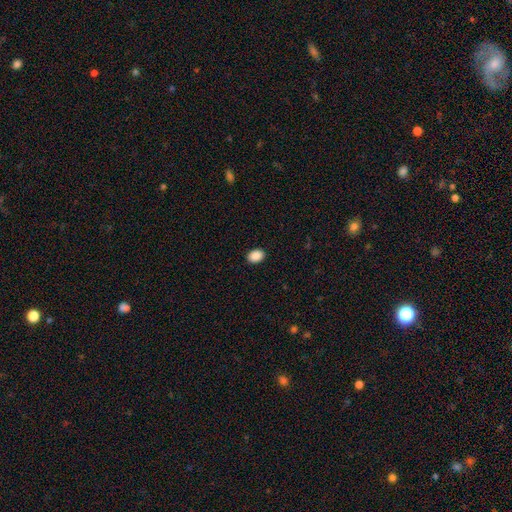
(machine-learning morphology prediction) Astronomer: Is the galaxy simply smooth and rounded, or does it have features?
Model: smooth — 90%.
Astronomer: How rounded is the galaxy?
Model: in between — 74%.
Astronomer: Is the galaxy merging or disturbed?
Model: none — 91%.